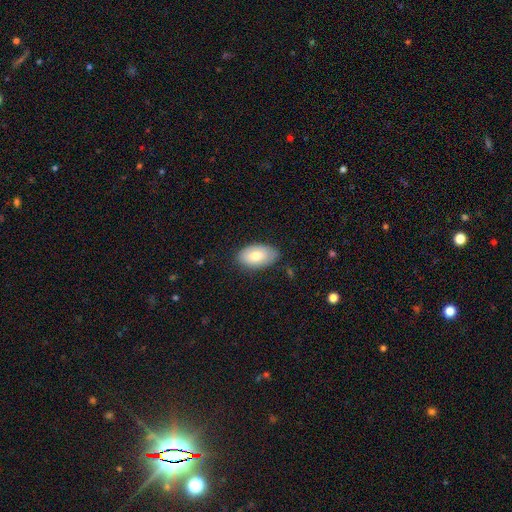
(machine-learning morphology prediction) The model was most divided on "smooth or featured": smooth: 73%, featured or disk: 21%, star or artifact: 6%. More confident: how rounded — in between (93%); merging — none (78%).